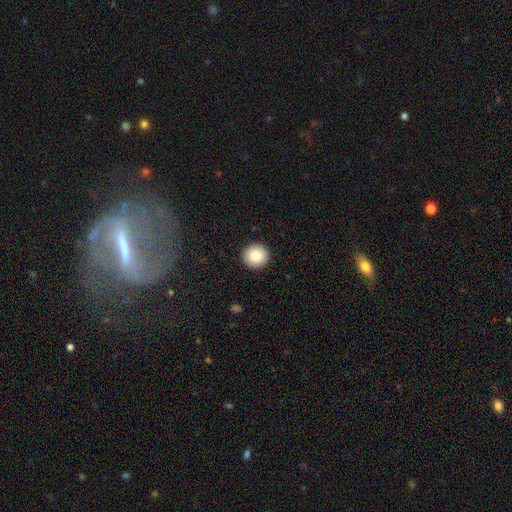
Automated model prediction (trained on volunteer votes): Smooth or featured? smooth (87%)
How rounded? round (94%)
Merging? none (93%)